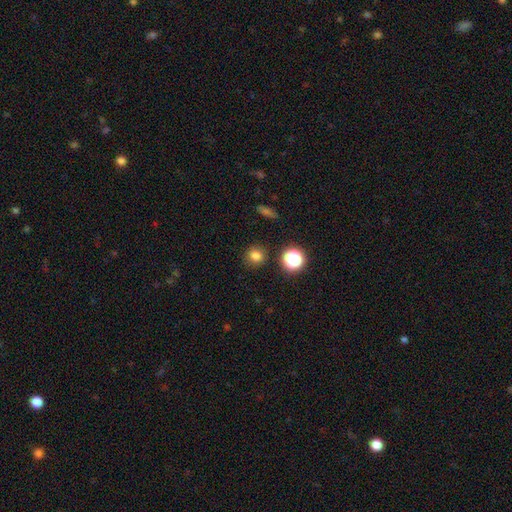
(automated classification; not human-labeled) smooth-or-featured: smooth: 78% | star or artifact: 16% | featured or disk: 6%
  how-rounded: round: 88% | in between: 11% | cigar-shaped: 1%
  merging: none: 88% | minor disturbance: 7% | major disturbance: 2% | merger: 2%